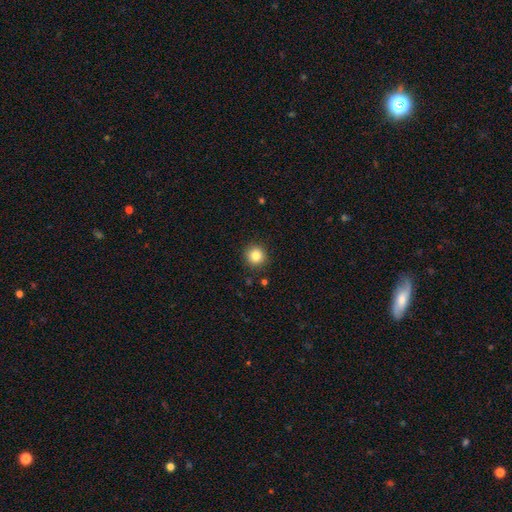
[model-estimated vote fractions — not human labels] A smooth galaxy with no disk features (84%) that is round (94%).

Vote fractions:
- Smooth or featured? smooth: 84% / star or artifact: 11% / featured or disk: 5%
- How rounded? round: 94% / in between: 5% / cigar-shaped: 1%
- Merging? none: 91% / minor disturbance: 6% / major disturbance: 2% / merger: 1%